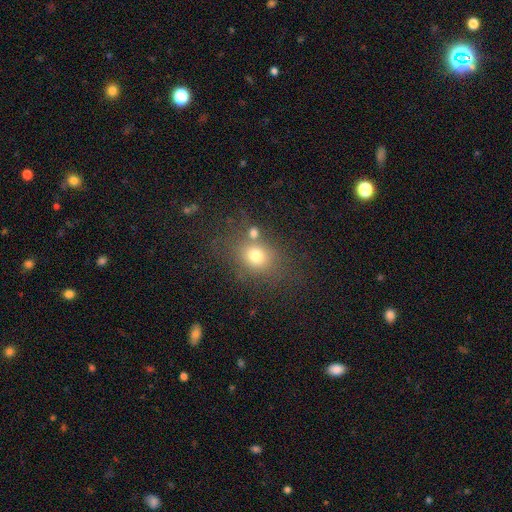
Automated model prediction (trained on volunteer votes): Smooth or featured? smooth (72%)
How rounded? round (56%)
Merging? none (63%)